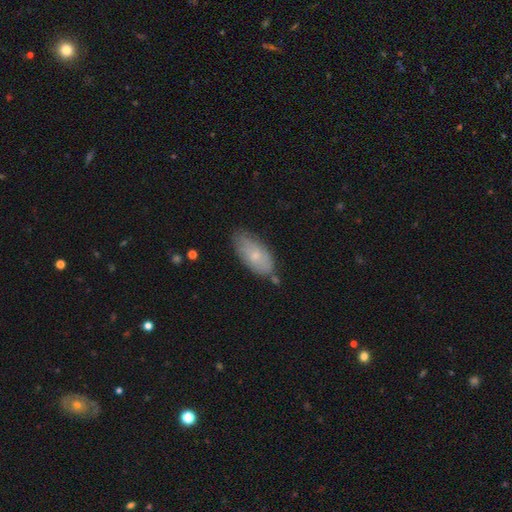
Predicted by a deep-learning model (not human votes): A smooth galaxy with no disk features (69%) that is in between round and cigar-shaped (90%).

Vote fractions:
- Smooth or featured? smooth: 69% / featured or disk: 25% / star or artifact: 6%
- How rounded? in between: 90% / cigar-shaped: 8% / round: 2%
- Merging? none: 67% / minor disturbance: 24% / major disturbance: 4% / merger: 4%